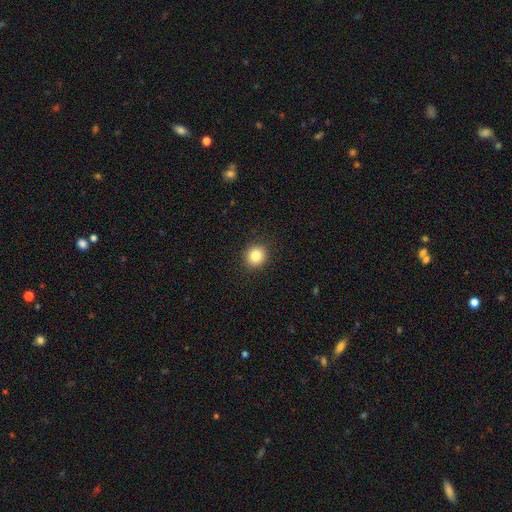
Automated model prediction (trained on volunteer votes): This is clearly a smooth galaxy (83%). How rounded: clearly round (83%). Merging: clearly none (91%).